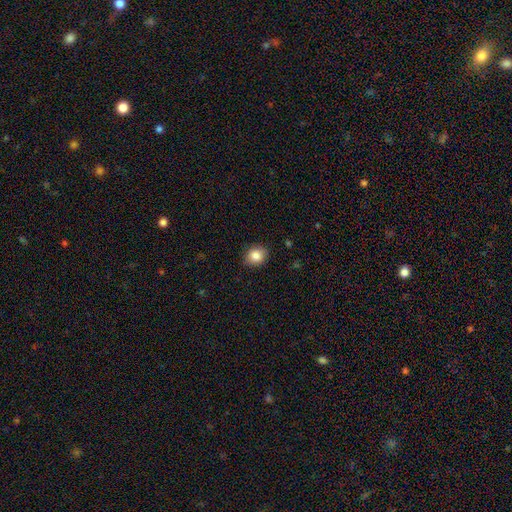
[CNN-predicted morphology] Smooth or featured? Predicted: smooth (p=0.85). How rounded? Predicted: round (p=0.59). Merging? Predicted: none (p=0.88).